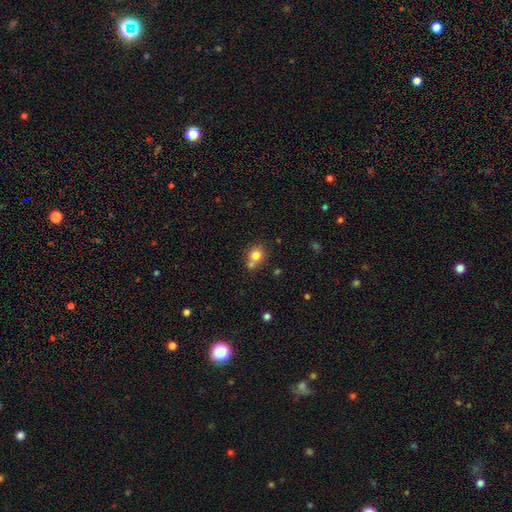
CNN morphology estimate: Smooth or featured? smooth (80%)
How rounded? round (76%)
Merging? none (54%)